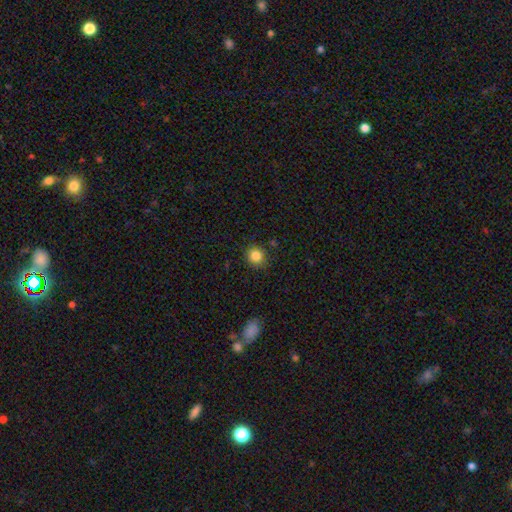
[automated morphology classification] Smooth or featured: smooth — 84% (star or artifact — 11%)
How rounded: round — 89% (in between — 10%)
Merging: none — 87% (minor disturbance — 9%)